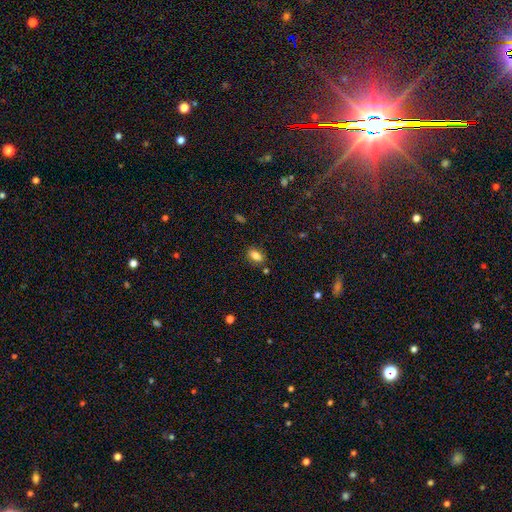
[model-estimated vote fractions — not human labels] This is clearly a smooth galaxy (82%). How rounded: clearly in between (86%). Merging: clearly none (80%).